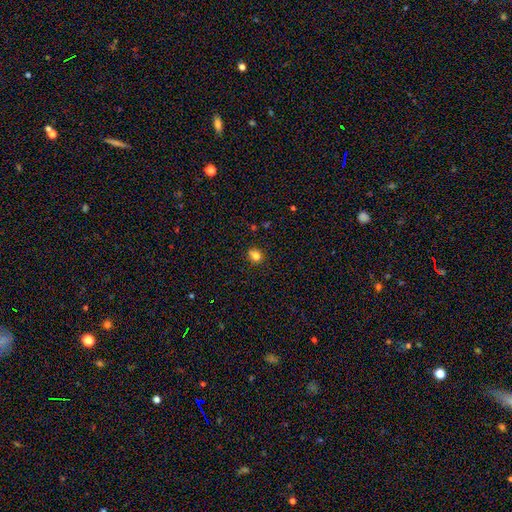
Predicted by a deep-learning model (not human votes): This is likely a smooth galaxy (77%). How rounded: likely round (75%). Merging: likely none (67%).